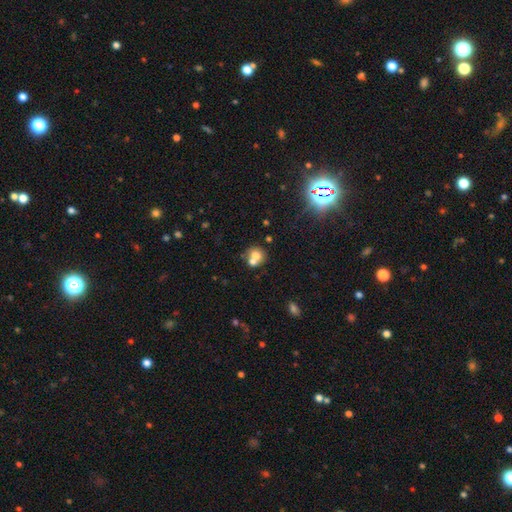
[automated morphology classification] Smooth or featured?
  - smooth: 69% *
  - featured or disk: 19%
  - star or artifact: 12%
How rounded?
  - round: 79% *
  - in between: 20%
  - cigar-shaped: 1%
Merging?
  - merger: 50% *
  - none: 38%
  - minor disturbance: 8%
  - major disturbance: 4%